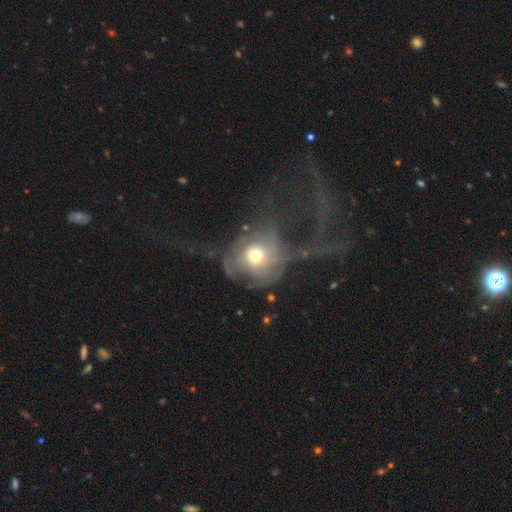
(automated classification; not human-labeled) Morphology: type=smooth (46%); merging=major disturbance (60%).